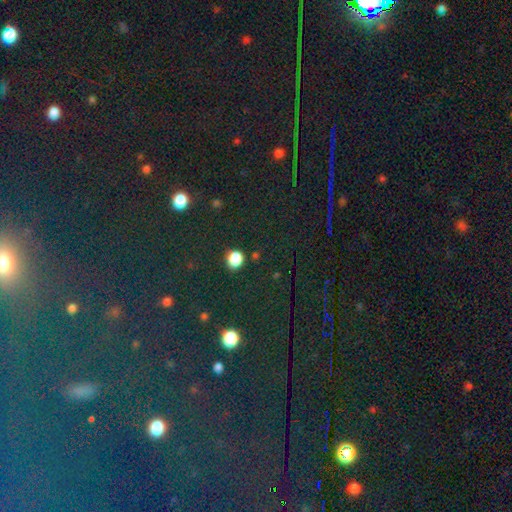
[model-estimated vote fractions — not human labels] smooth_or_featured: smooth (p=0.49) [alt: star or artifact p=0.45]
merging: none (p=0.87) [alt: minor disturbance p=0.07]